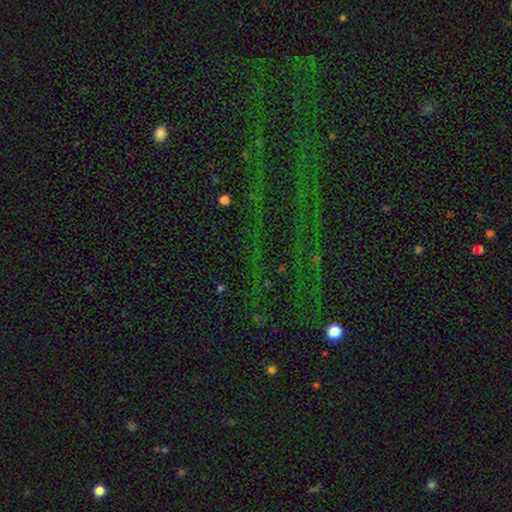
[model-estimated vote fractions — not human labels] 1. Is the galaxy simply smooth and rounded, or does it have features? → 84% star or artifact, 8% featured or disk, 8% smooth.